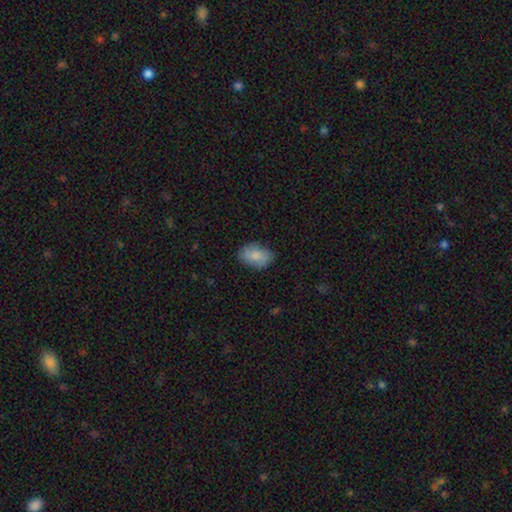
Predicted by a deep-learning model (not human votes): A smooth galaxy with no disk features (79%) that is in between round and cigar-shaped (87%).

Vote fractions:
- Smooth or featured? smooth: 79% / featured or disk: 15% / star or artifact: 7%
- How rounded? in between: 87% / round: 11% / cigar-shaped: 1%
- Merging? none: 77% / minor disturbance: 18% / major disturbance: 4% / merger: 1%